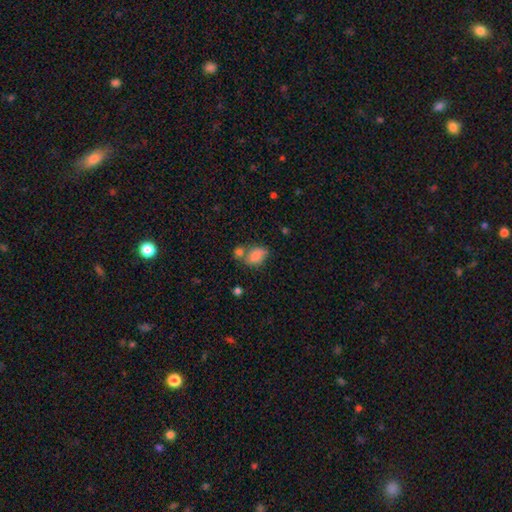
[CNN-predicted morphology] This is likely a smooth galaxy (79%). How rounded: likely in between (80%). Merging: marginally none (39%).